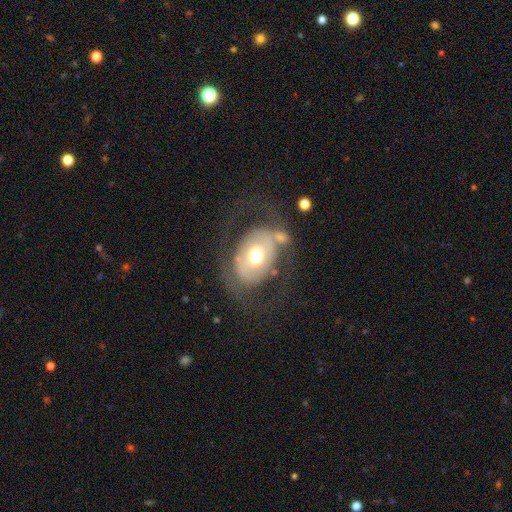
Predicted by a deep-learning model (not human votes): A featured or disk galaxy (54%) with no bar (69%), no spiral arms (65%) and a moderate central bulge (70%). Merging: none (53%).